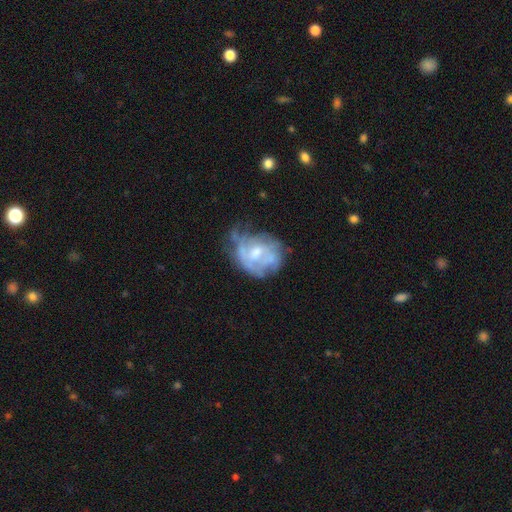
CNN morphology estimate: This is likely a featured or disk galaxy (66%). It is clearly not viewed edge-on (97%). Bar: likely no (63%). Spiral arm pattern: possibly no (51%). Central bulge: possibly moderate (51%). Merging: marginally none (38%).